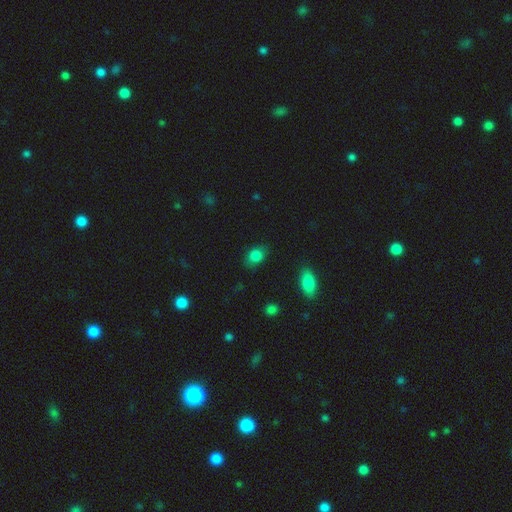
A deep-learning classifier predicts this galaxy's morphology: smooth 84%, star or artifact 10%, featured or disk 7%. Down the decision tree: how rounded — in between (74%); merging — none (79%).